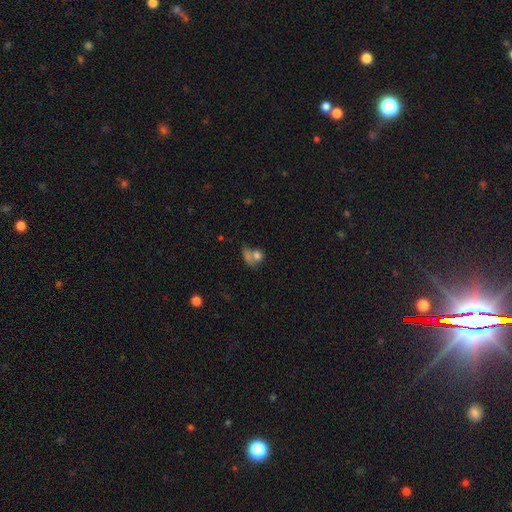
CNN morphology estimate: This is likely a smooth galaxy (74%). How rounded: possibly round (52%). Merging: possibly merger (45%).